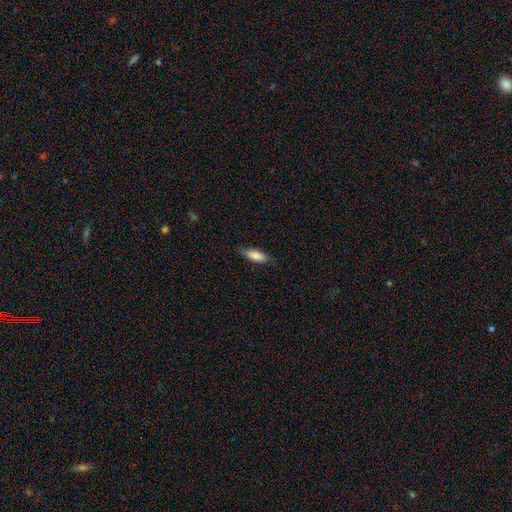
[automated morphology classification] The model was most divided on "how rounded": in between: 59%, cigar-shaped: 39%, round: 2%. More confident: smooth or featured — smooth (84%); merging — none (78%).